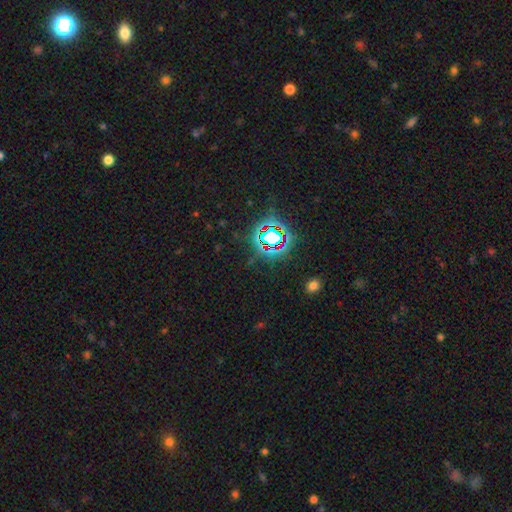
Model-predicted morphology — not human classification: The model was most divided on "smooth or featured": star or artifact: 79%, smooth: 13%, featured or disk: 8%.